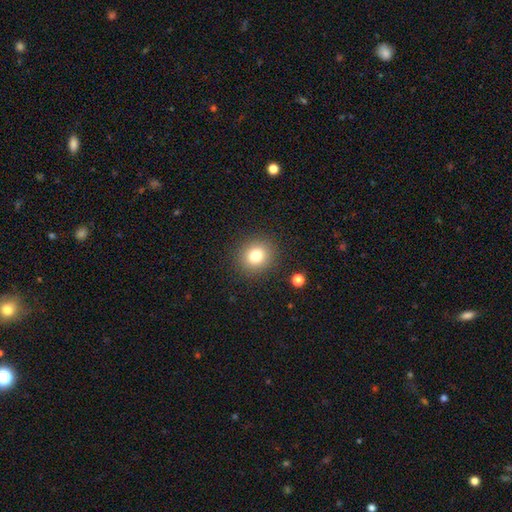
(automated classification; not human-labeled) Smooth or featured?
  - smooth: 79% *
  - star or artifact: 13%
  - featured or disk: 9%
How rounded?
  - round: 82% *
  - in between: 17%
  - cigar-shaped: 1%
Merging?
  - none: 89% *
  - minor disturbance: 7%
  - major disturbance: 3%
  - merger: 2%